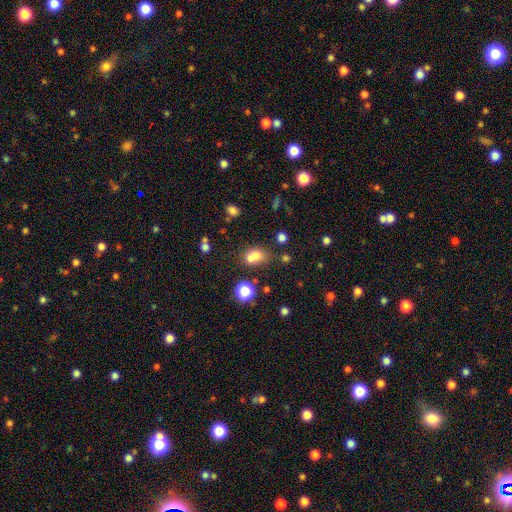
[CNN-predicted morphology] smooth_or_featured: smooth (p=0.72) [alt: star or artifact p=0.15]
how_rounded: in between (p=0.54) [alt: round p=0.45]
merging: merger (p=0.45) [alt: none p=0.37]